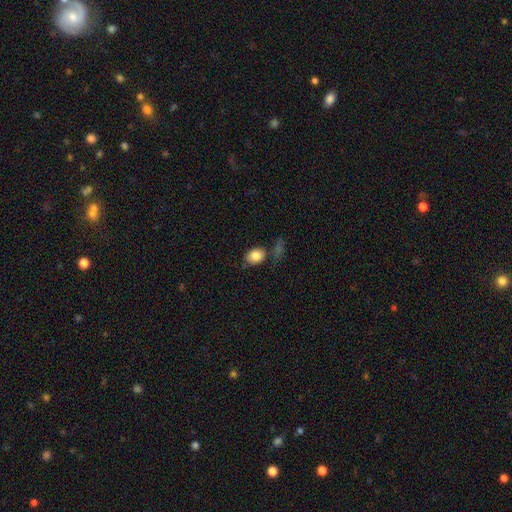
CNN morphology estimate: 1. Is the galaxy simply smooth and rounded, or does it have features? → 84% smooth, 8% featured or disk, 8% star or artifact.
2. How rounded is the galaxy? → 62% in between, 36% round, 1% cigar-shaped.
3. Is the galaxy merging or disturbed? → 64% none, 18% minor disturbance, 12% merger, 6% major disturbance.